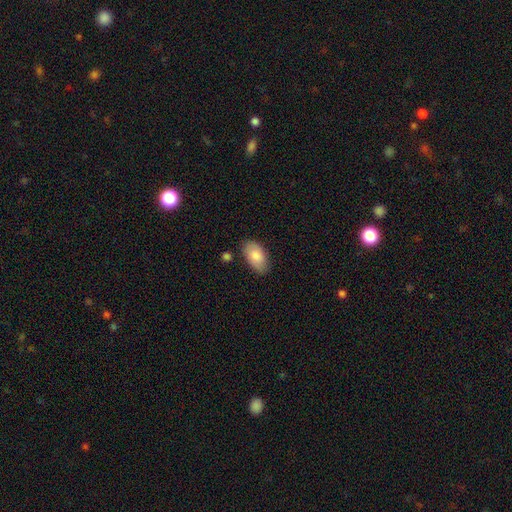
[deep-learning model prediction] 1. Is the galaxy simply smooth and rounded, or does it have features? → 83% smooth, 11% featured or disk, 6% star or artifact.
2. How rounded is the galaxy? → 95% in between, 4% round, 2% cigar-shaped.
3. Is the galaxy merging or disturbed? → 79% none, 15% minor disturbance, 3% merger, 3% major disturbance.